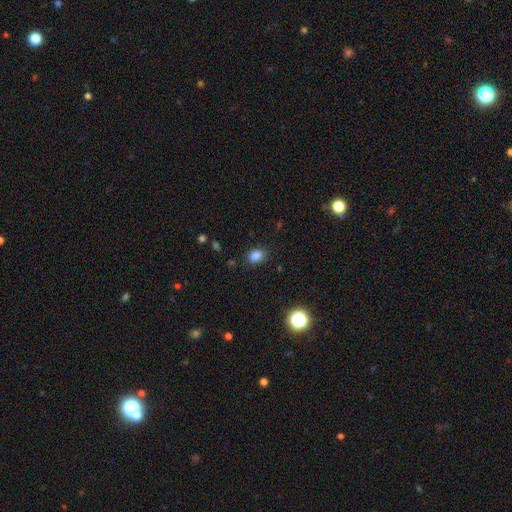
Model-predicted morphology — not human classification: smooth-or-featured: smooth: 84% | star or artifact: 12% | featured or disk: 4%
  how-rounded: in between: 70% | round: 28% | cigar-shaped: 1%
  merging: none: 83% | minor disturbance: 12% | major disturbance: 3% | merger: 2%